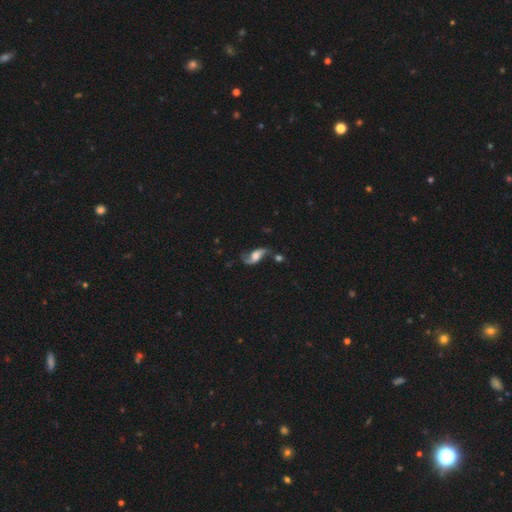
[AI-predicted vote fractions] featured or disk 83%, smooth 11%, star or artifact 7%. Down the decision tree: edge-on disk — no (95%); bar — no (51%); spiral arms — yes (95%); spiral arm count — 2 (91%); spiral winding — loose (78%); bulge size — large (36%); merging — none (59%).